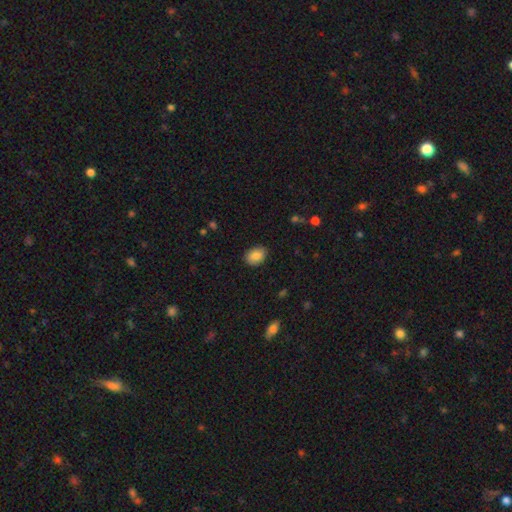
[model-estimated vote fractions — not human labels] smooth 84%, star or artifact 8%, featured or disk 8%. Down the decision tree: how rounded — in between (68%); merging — none (86%).